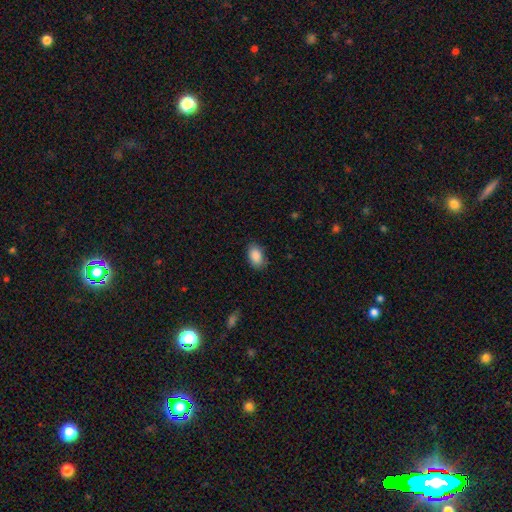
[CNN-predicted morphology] smooth-or-featured: smooth: 89% | star or artifact: 7% | featured or disk: 4%
  how-rounded: in between: 89% | round: 10% | cigar-shaped: 1%
  merging: none: 80% | minor disturbance: 16% | major disturbance: 3% | merger: 1%